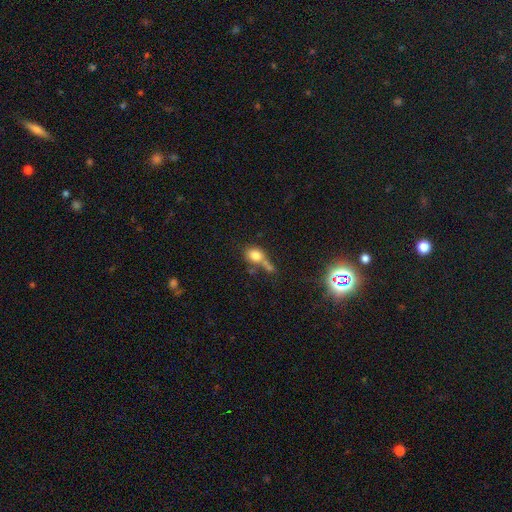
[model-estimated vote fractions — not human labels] A smooth galaxy with no disk features (76%) that is round (52%).

Vote fractions:
- Smooth or featured? smooth: 76% / featured or disk: 12% / star or artifact: 12%
- How rounded? round: 52% / in between: 46% / cigar-shaped: 2%
- Merging? merger: 37% (tied) / none: 37% (tied) / minor disturbance: 16% / major disturbance: 10%